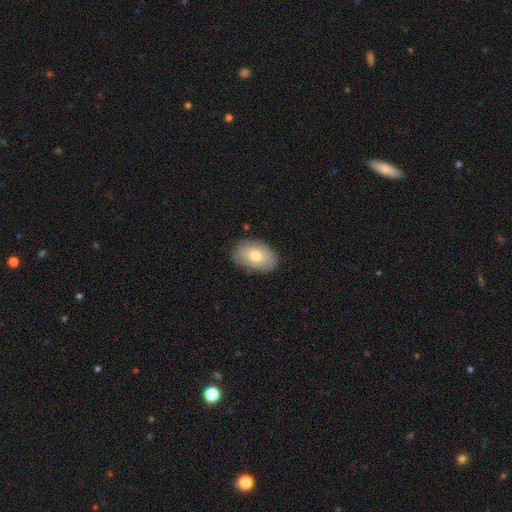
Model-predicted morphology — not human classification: Smooth or featured?
  - smooth: 71% *
  - featured or disk: 23%
  - star or artifact: 6%
How rounded?
  - in between: 90% *
  - round: 9%
  - cigar-shaped: 1%
Merging?
  - none: 81% *
  - minor disturbance: 15%
  - major disturbance: 3%
  - merger: 1%